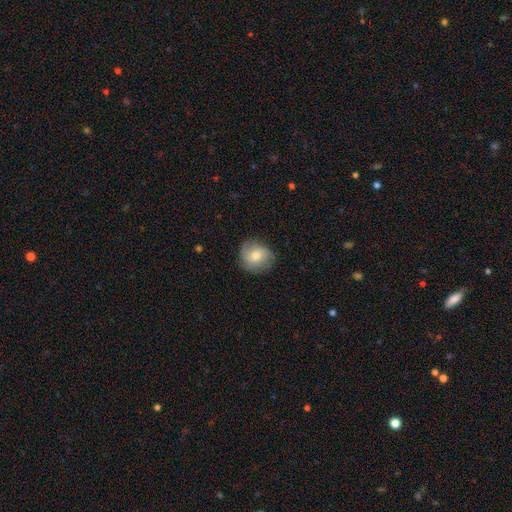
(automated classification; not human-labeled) Smooth or featured?
  - smooth: 59% *
  - featured or disk: 33%
  - star or artifact: 8%
How rounded?
  - round: 81% *
  - in between: 18%
  - cigar-shaped: 1%
Merging?
  - none: 76% *
  - minor disturbance: 18%
  - major disturbance: 5%
  - merger: 1%